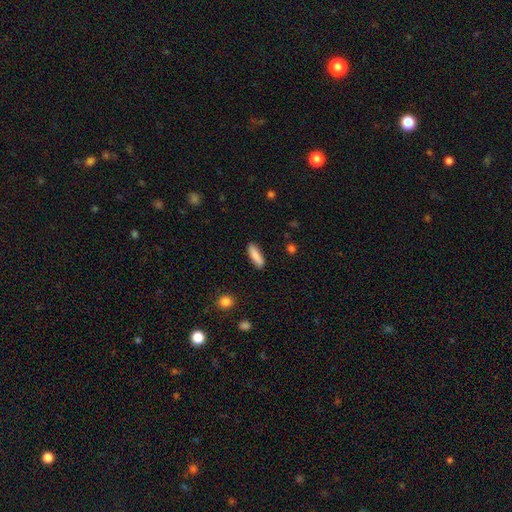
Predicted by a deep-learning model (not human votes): smooth 86%, featured or disk 8%, star or artifact 6%. Down the decision tree: how rounded — cigar-shaped (59%); merging — none (88%).